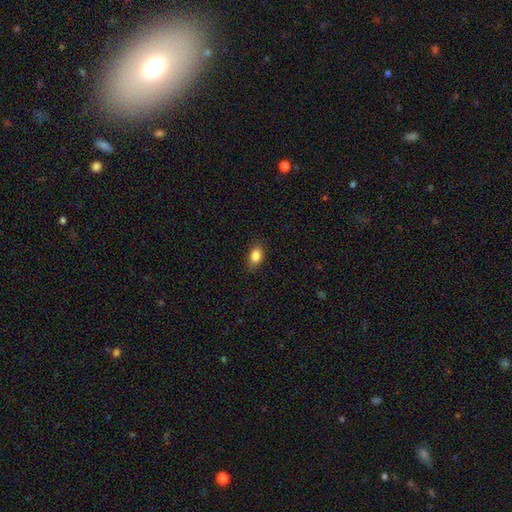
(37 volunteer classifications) Smooth or featured?
  - smooth: 95% *
  - star or artifact: 5%
  - featured or disk: 0%
How rounded?
  - in between: 86% *
  - round: 9%
  - cigar-shaped: 6%
Merging?
  - none: 77% *
  - minor disturbance: 11%
  - major disturbance: 11%
  - merger: 0%